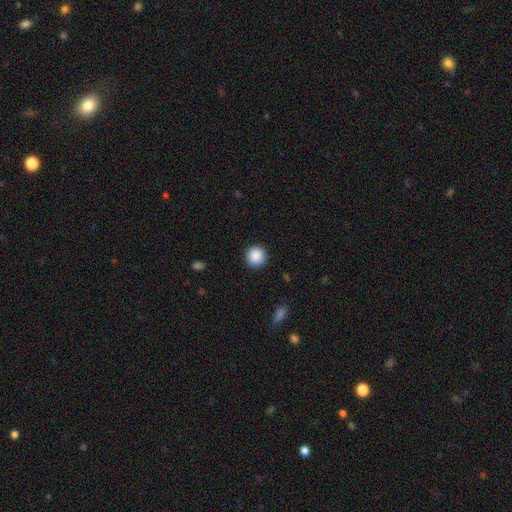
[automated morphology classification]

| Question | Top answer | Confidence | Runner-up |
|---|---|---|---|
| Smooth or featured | smooth | 89% | star or artifact (8%) |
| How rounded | round | 95% | in between (4%) |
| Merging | none | 92% | minor disturbance (5%) |